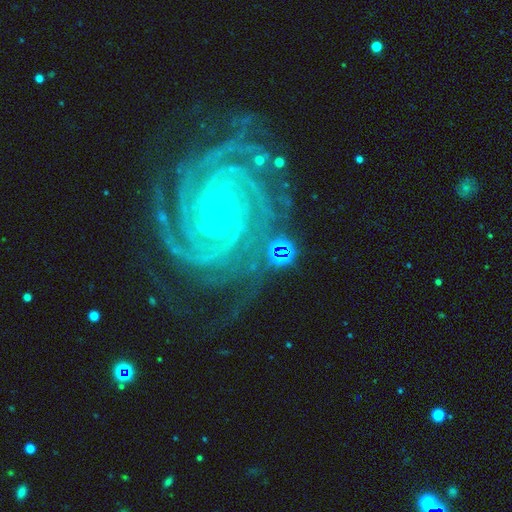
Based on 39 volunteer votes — This is clearly a featured or disk galaxy (92%). It is clearly not viewed edge-on (100%). Bar: clearly no (81%). Spiral arm pattern: clearly yes (100%). Spiral arm count: possibly 3 (56%). Spiral winding: clearly tight (89%). Central bulge: clearly small (92%). Merging: likely none (65%).